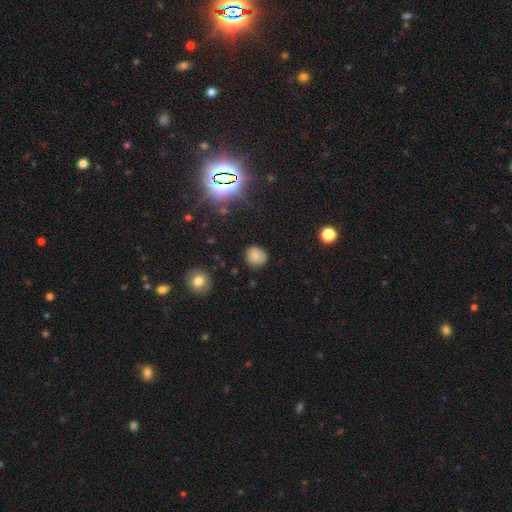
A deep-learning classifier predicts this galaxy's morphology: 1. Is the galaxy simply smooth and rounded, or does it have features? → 77% smooth, 14% star or artifact, 9% featured or disk.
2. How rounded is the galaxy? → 78% round, 21% in between, 1% cigar-shaped.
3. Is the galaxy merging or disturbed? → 78% none, 16% minor disturbance, 4% major disturbance, 2% merger.